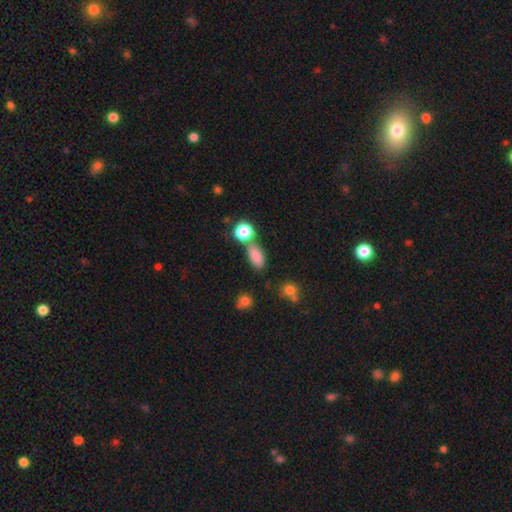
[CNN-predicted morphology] This is clearly a smooth galaxy (82%). How rounded: likely in between (77%). Merging: possibly none (57%).